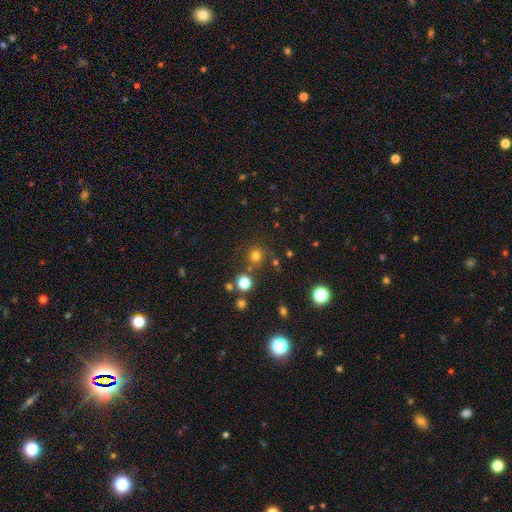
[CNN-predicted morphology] The model was most divided on "smooth or featured": smooth: 74%, star or artifact: 20%, featured or disk: 6%. More confident: how rounded — round (92%); merging — none (80%).